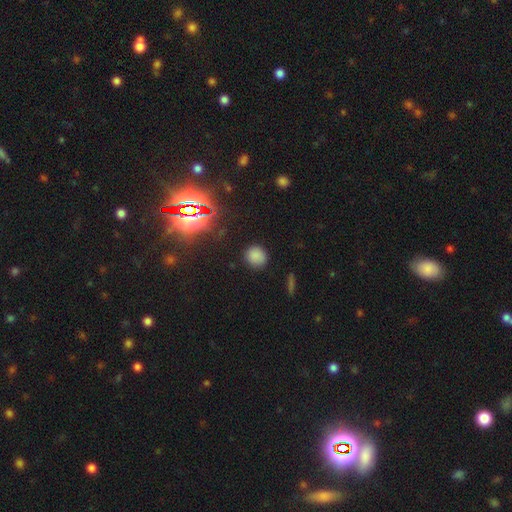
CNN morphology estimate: A smooth galaxy with no disk features (78%) that is round (83%).

Vote fractions:
- Smooth or featured? smooth: 78% / star or artifact: 17% / featured or disk: 5%
- How rounded? round: 83% / in between: 15% / cigar-shaped: 1%
- Merging? none: 86% / minor disturbance: 9% / major disturbance: 3% / merger: 2%